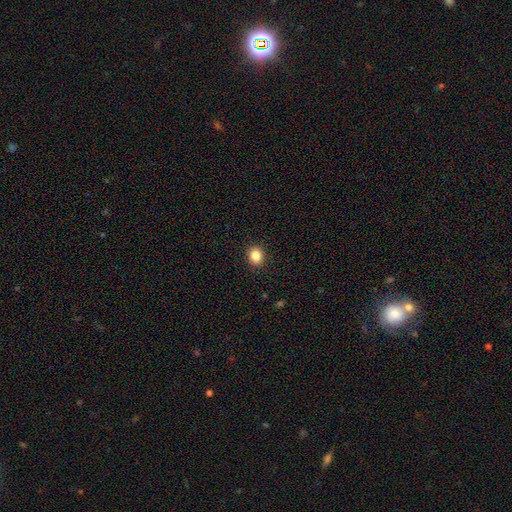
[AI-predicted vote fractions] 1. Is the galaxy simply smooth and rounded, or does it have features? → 86% smooth, 10% star or artifact, 4% featured or disk.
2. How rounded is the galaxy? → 65% round, 34% in between, 1% cigar-shaped.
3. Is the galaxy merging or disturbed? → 91% none, 6% minor disturbance, 2% major disturbance, 1% merger.